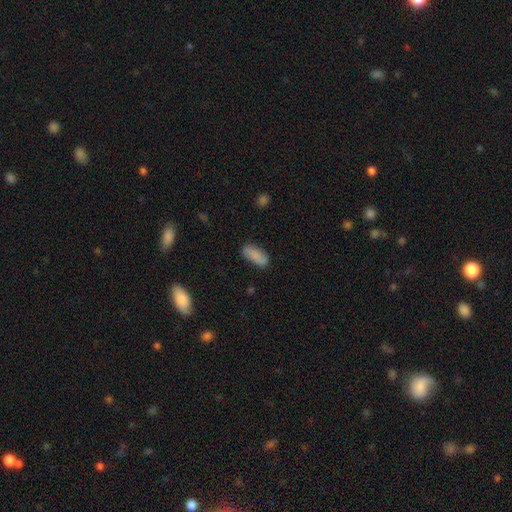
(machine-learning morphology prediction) Overall: smooth (84%). How rounded: in between (82%). Merging: none (76%).